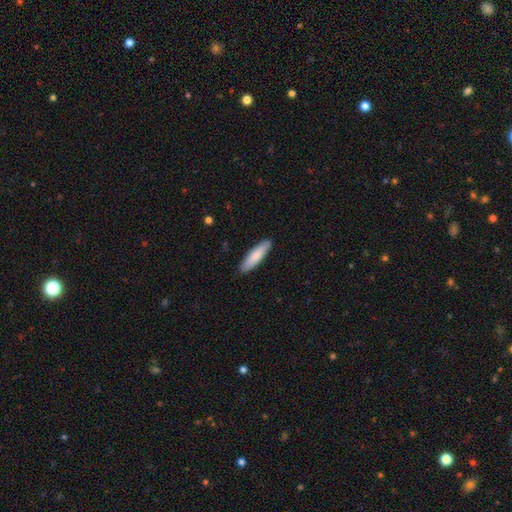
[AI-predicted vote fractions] Overall: smooth (82%). How rounded: cigar-shaped (71%). Merging: none (89%).